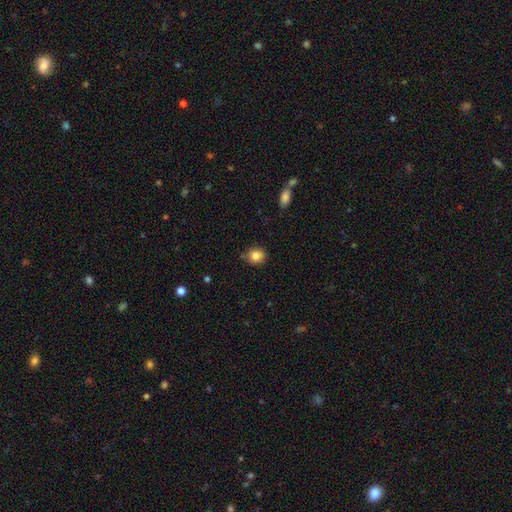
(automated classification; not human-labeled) The model was most divided on "how rounded": round: 74%, in between: 25%, cigar-shaped: 1%. More confident: smooth or featured — smooth (84%); merging — none (83%).